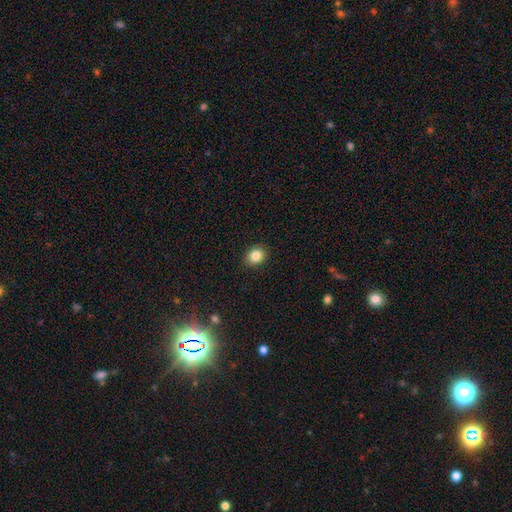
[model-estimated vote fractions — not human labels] Smooth or featured? smooth (85%)
How rounded? in between (52%)
Merging? none (89%)